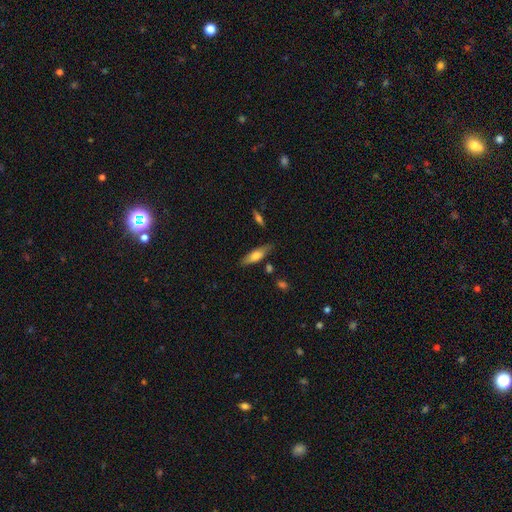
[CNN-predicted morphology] A smooth galaxy with no disk features (63%) that is cigar-shaped (52%).

Vote fractions:
- Smooth or featured? smooth: 63% / featured or disk: 30% / star or artifact: 7%
- How rounded? cigar-shaped: 52% / in between: 46% / round: 2%
- Merging? none: 78% / minor disturbance: 15% / merger: 4% / major disturbance: 3%